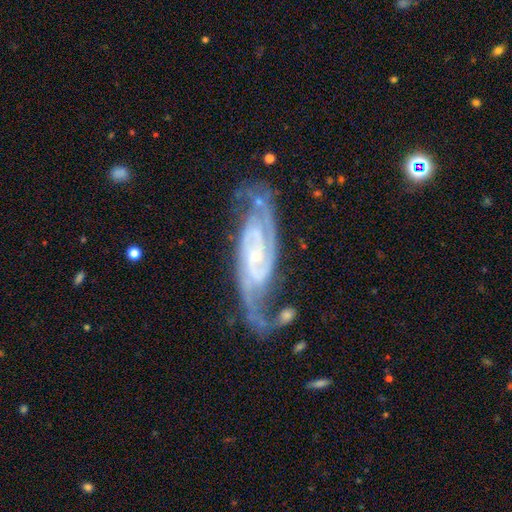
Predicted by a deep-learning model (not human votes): smooth_or_featured: featured or disk (p=0.92) [alt: star or artifact p=0.05]
disk_edge_on: no (p=0.94) [alt: yes p=0.06]
bar: no (p=0.45) [alt: weak p=0.37]
has_spiral_arms: yes (p=0.98) [alt: no p=0.02]
spiral_winding: tight (p=0.50) [alt: medium p=0.42]
spiral_arm_count: 2 (p=0.78) [alt: 3 p=0.09]
bulge_size: small (p=0.77) [alt: moderate p=0.18]
merging: none (p=0.63) [alt: minor disturbance p=0.21]